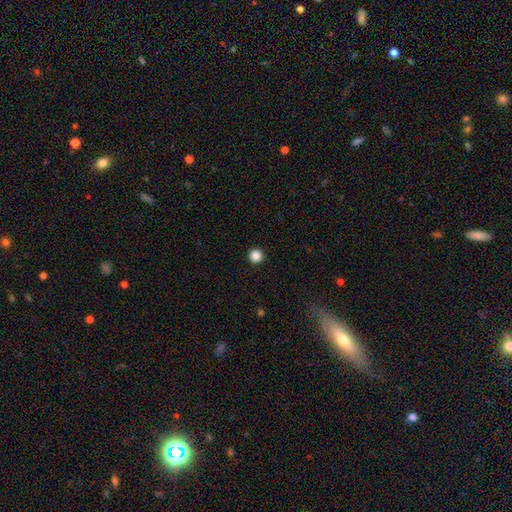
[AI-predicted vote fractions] smooth_or_featured: smooth (p=0.87) [alt: star or artifact p=0.11]
how_rounded: round (p=0.96) [alt: in between p=0.03]
merging: none (p=0.94) [alt: minor disturbance p=0.04]